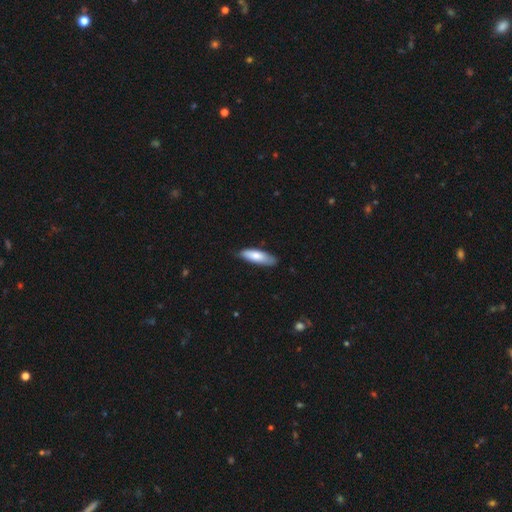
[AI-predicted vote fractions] smooth 78%, featured or disk 16%, star or artifact 6%. Down the decision tree: how rounded — cigar-shaped (50%); merging — none (77%).